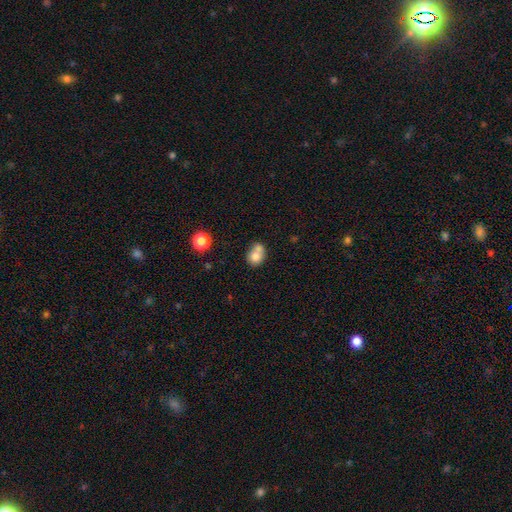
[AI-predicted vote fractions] smooth 74%, featured or disk 15%, star or artifact 10%. Down the decision tree: how rounded — round (60%); merging — merger (52%).